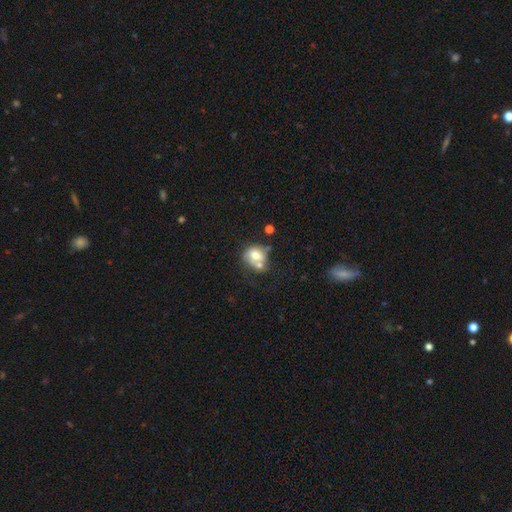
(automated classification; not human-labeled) Smooth or featured? Predicted: smooth (p=0.64). How rounded? Predicted: round (p=0.61). Merging? Predicted: merger (p=0.43).